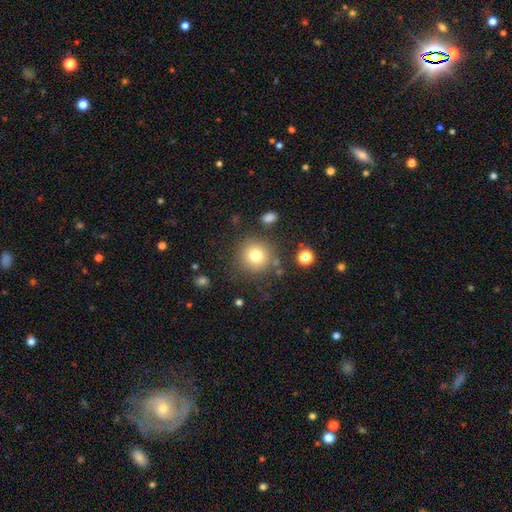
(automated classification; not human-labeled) A smooth galaxy with no disk features (77%) that is round (93%).

Vote fractions:
- Smooth or featured? smooth: 77% / star or artifact: 13% / featured or disk: 10%
- How rounded? round: 93% / in between: 6% / cigar-shaped: 1%
- Merging? none: 81% / minor disturbance: 10% / merger: 5% / major disturbance: 5%